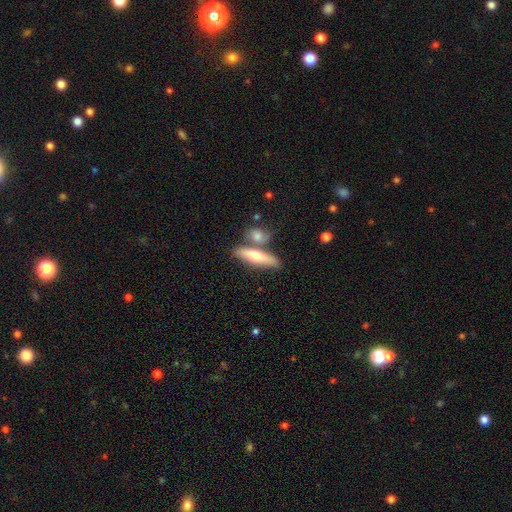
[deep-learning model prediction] A smooth galaxy with no disk features (62%) that is cigar-shaped (66%). Merging: none (61%).